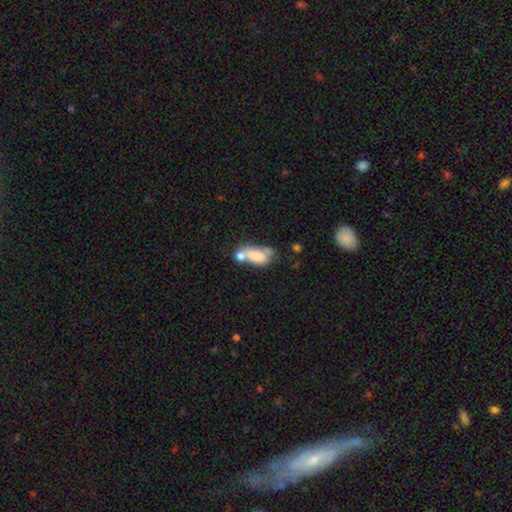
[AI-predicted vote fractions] This appears to be a smooth galaxy with no disk features (68%) that is in between round and cigar-shaped (83%). Merging: merger (47%).